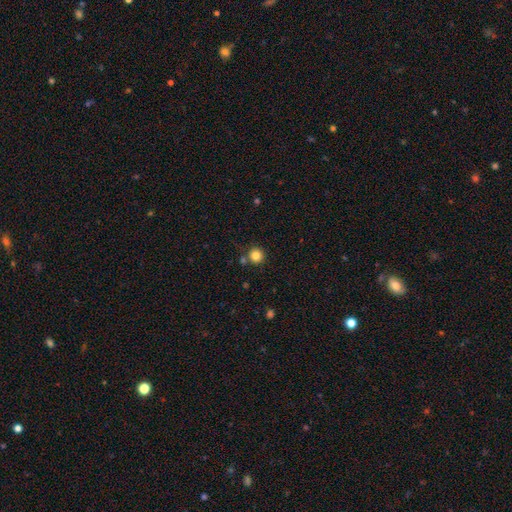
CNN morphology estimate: Smooth or featured? smooth (82%)
How rounded? round (94%)
Merging? none (79%)